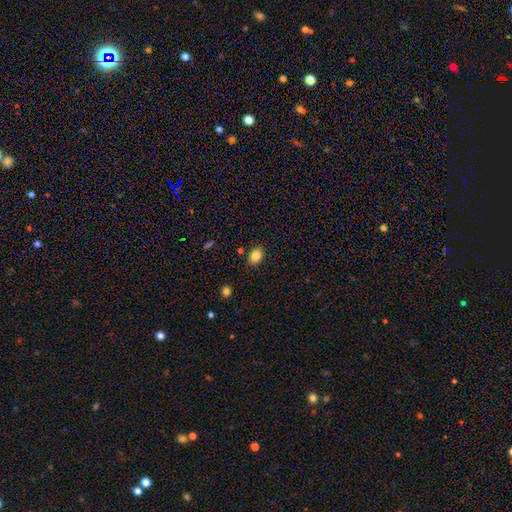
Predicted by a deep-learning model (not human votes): smooth-or-featured: smooth: 84% | star or artifact: 10% | featured or disk: 6%
  how-rounded: in between: 75% | round: 24% | cigar-shaped: 1%
  merging: none: 85% | minor disturbance: 10% | merger: 2% | major disturbance: 2%